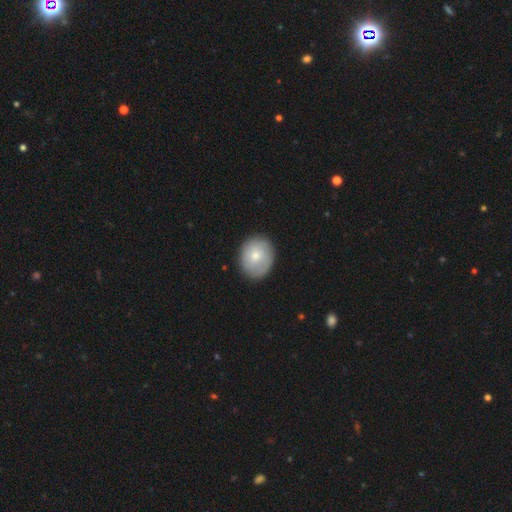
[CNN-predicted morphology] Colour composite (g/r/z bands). It shows a smooth galaxy with no disk features (68%) that is round (67%). Merging: none (83%).